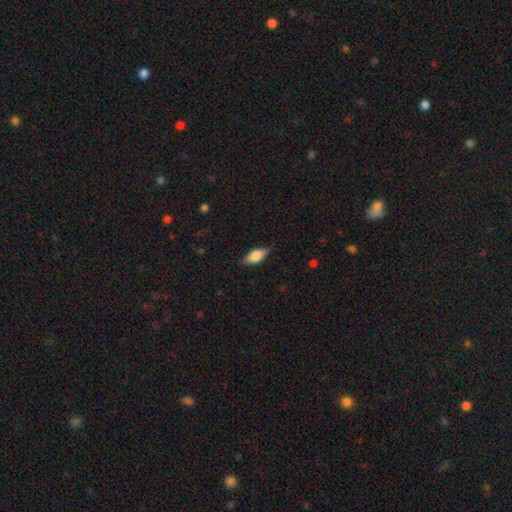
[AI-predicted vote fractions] A smooth galaxy with no disk features (65%) that is in between round and cigar-shaped (77%).

Vote fractions:
- Smooth or featured? smooth: 65% / featured or disk: 29% / star or artifact: 7%
- How rounded? in between: 77% / cigar-shaped: 19% / round: 3%
- Merging? none: 81% / minor disturbance: 15% / major disturbance: 3% / merger: 1%